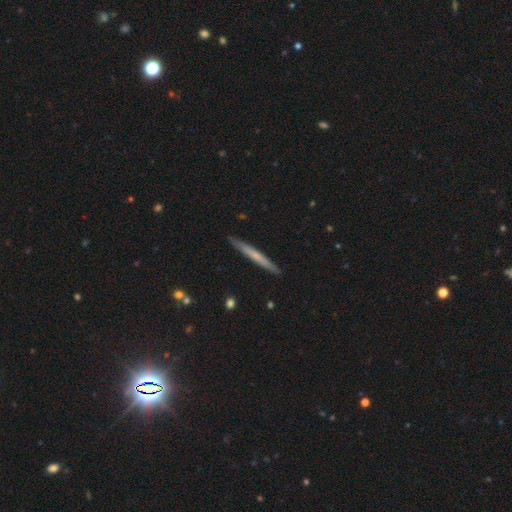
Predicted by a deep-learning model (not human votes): Morphology: type=smooth (50%); roundness=cigar-shaped (97%); merging=none (90%).